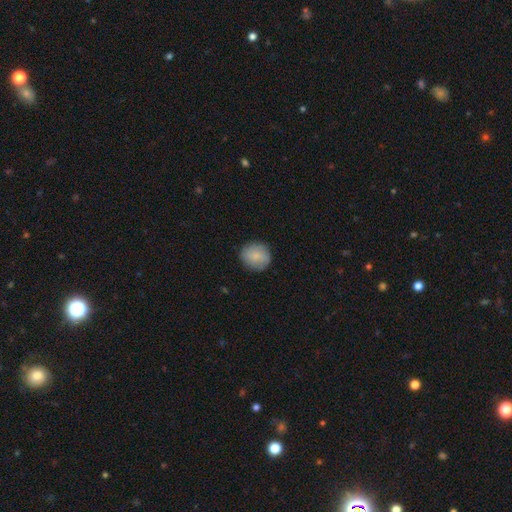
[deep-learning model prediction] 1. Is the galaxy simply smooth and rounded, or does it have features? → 82% smooth, 11% featured or disk, 7% star or artifact.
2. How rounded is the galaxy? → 84% round, 15% in between, 1% cigar-shaped.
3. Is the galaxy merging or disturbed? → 84% none, 12% minor disturbance, 3% major disturbance, 1% merger.